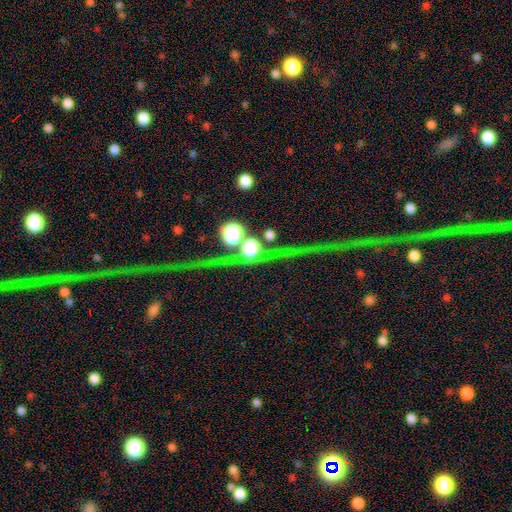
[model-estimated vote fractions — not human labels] Overall: smooth (44%; star or artifact 33%). Merging: none (63%).